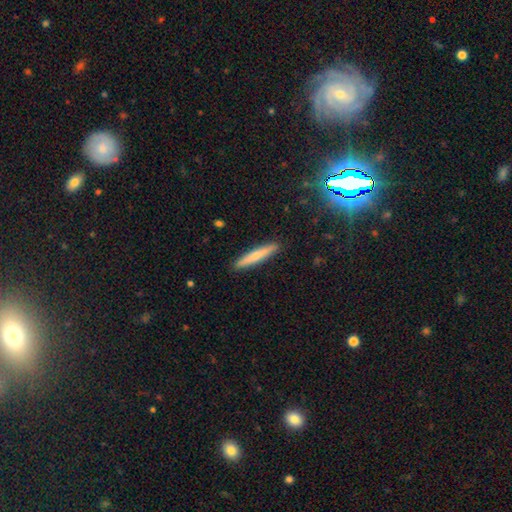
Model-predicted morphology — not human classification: Smooth or featured? Predicted: smooth (p=0.70). How rounded? Predicted: cigar-shaped (p=0.94). Merging? Predicted: none (p=0.91).